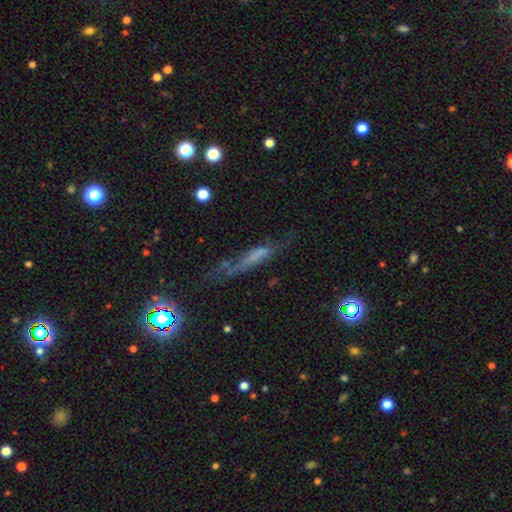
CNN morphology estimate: smooth-or-featured: featured or disk: 44% | smooth: 40% | star or artifact: 17%
  merging: none: 44% | minor disturbance: 25% | major disturbance: 24% | merger: 6%